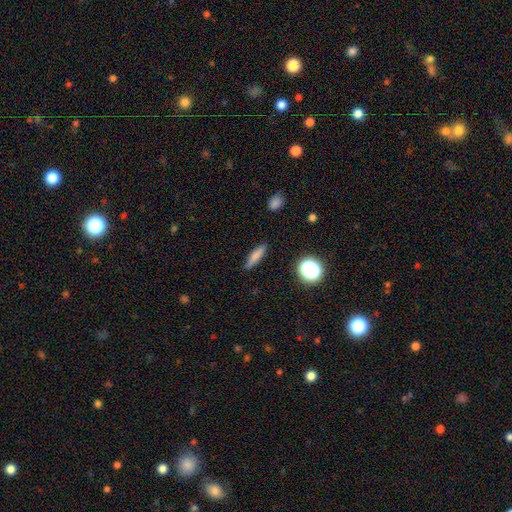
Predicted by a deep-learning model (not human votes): smooth-or-featured: smooth: 75% | featured or disk: 15% | star or artifact: 10%
  how-rounded: cigar-shaped: 72% | in between: 23% | round: 5%
  merging: none: 84% | minor disturbance: 12% | major disturbance: 3% | merger: 2%